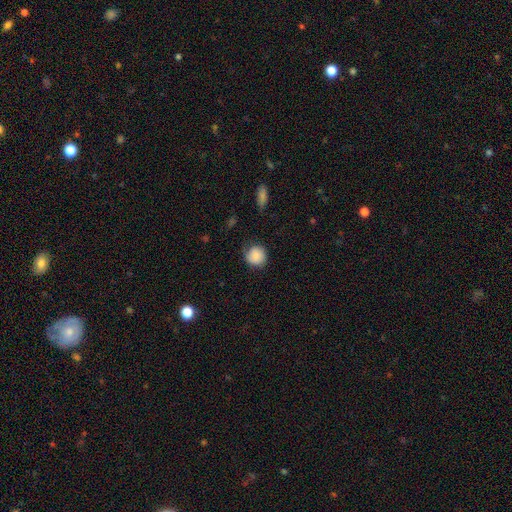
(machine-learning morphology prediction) This is likely a smooth galaxy (80%). How rounded: clearly round (87%). Merging: likely none (66%).